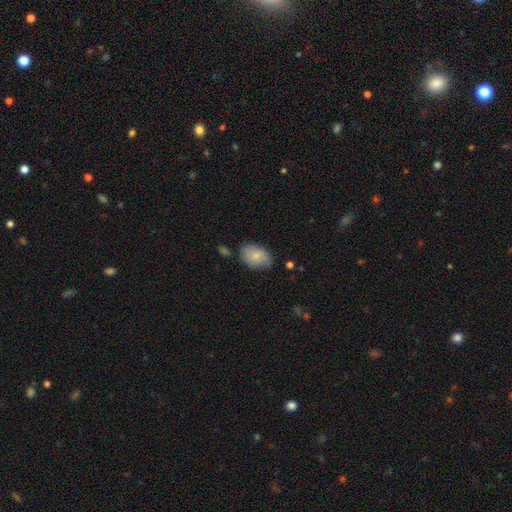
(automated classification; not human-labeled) Q: Smooth or featured?
A: smooth (79%); runner-up: featured or disk (14%)
Q: How rounded?
A: in between (82%); runner-up: round (16%)
Q: Merging?
A: none (70%); runner-up: minor disturbance (23%)